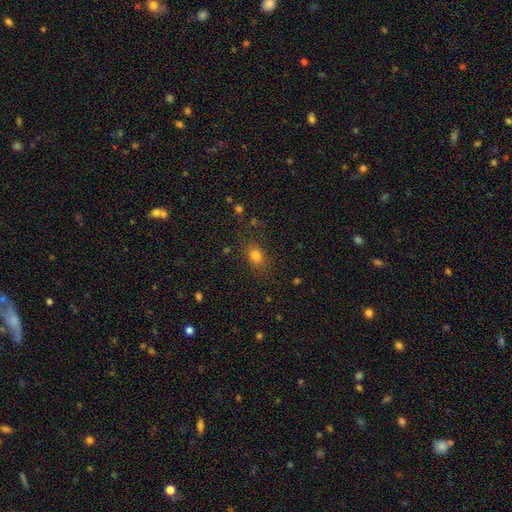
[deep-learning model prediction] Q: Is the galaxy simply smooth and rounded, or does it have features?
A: smooth — 80%.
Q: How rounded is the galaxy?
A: in between — 62%.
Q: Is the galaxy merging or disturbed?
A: none — 78%.